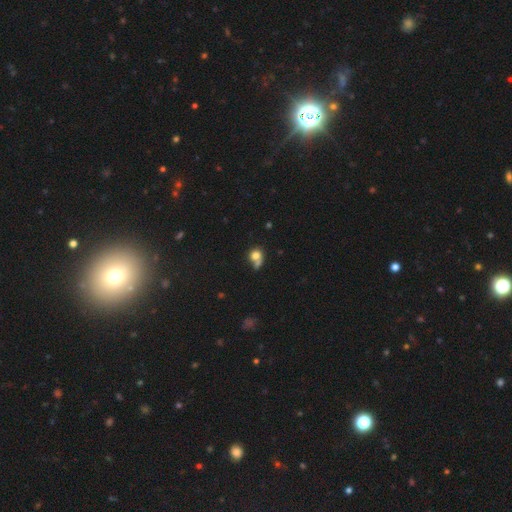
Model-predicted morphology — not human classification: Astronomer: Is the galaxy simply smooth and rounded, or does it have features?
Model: smooth — 75%.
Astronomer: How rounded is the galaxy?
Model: round — 74%.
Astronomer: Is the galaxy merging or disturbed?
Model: none — 39% (runner-up: merger, 34%).